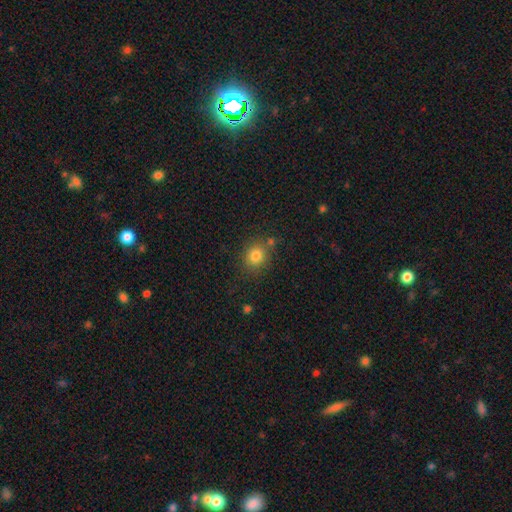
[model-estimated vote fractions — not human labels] Smooth or featured? smooth (80%)
How rounded? round (73%)
Merging? none (77%)